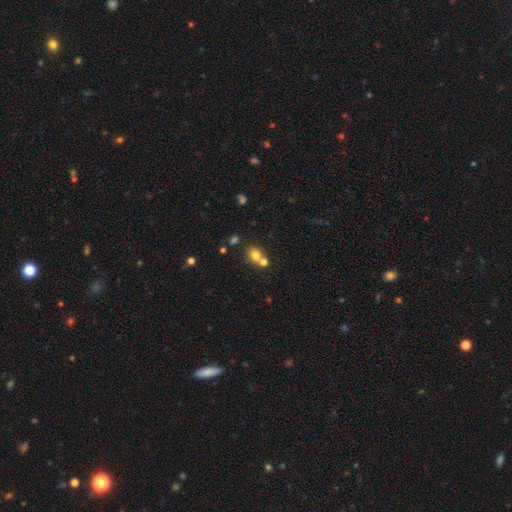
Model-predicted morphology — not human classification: This is likely a smooth galaxy (75%). How rounded: likely round (72%). Merging: possibly none (52%).